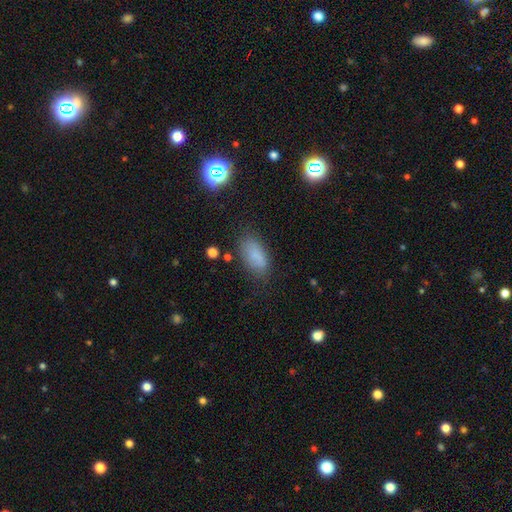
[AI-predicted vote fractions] Smooth or featured? smooth (79%)
How rounded? in between (89%)
Merging? none (72%)